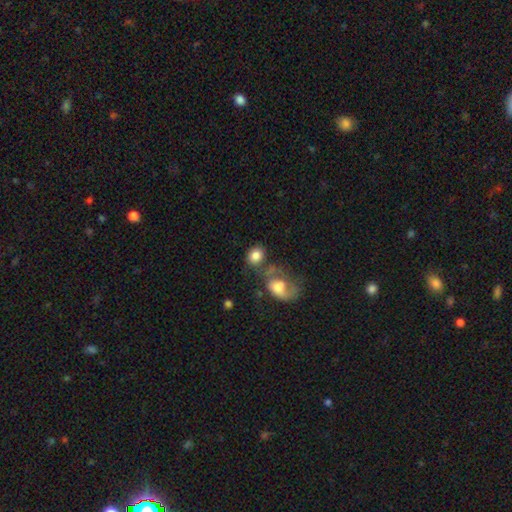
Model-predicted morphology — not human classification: Overall: smooth (80%). How rounded: round (51%; in between 48%). Merging: none (43%; merger 32%).